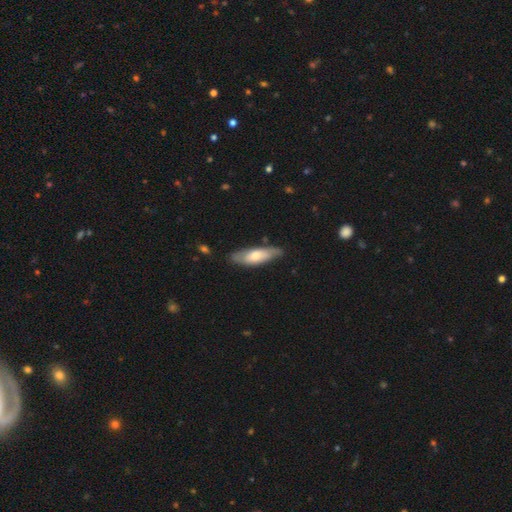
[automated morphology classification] smooth_or_featured: smooth (p=0.56) [alt: featured or disk p=0.39]
how_rounded: in between (p=0.53) [alt: cigar-shaped p=0.45]
merging: none (p=0.77) [alt: minor disturbance p=0.18]